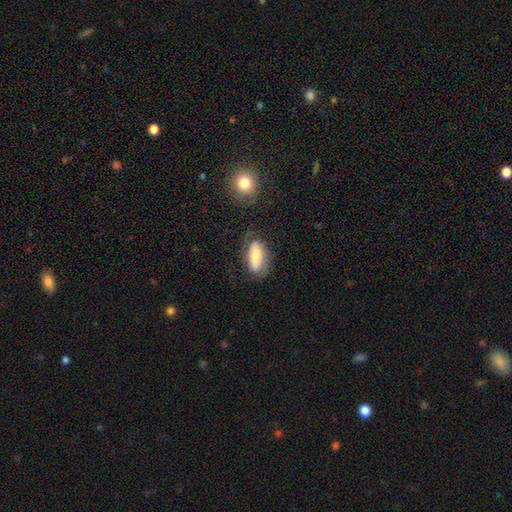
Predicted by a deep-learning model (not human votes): smooth-or-featured: smooth: 60% | featured or disk: 32% | star or artifact: 7%
  how-rounded: in between: 83% | cigar-shaped: 14% | round: 3%
  merging: none: 66% | minor disturbance: 21% | major disturbance: 10% | merger: 3%